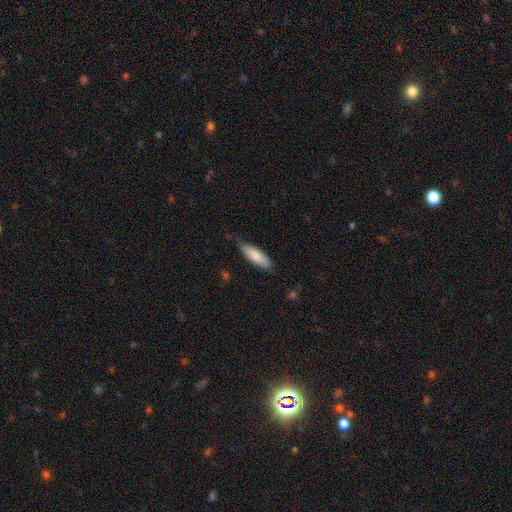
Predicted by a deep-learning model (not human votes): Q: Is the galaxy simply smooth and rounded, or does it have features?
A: smooth — 83%.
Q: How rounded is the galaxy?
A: in between — 53%.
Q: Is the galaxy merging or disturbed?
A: none — 73%.